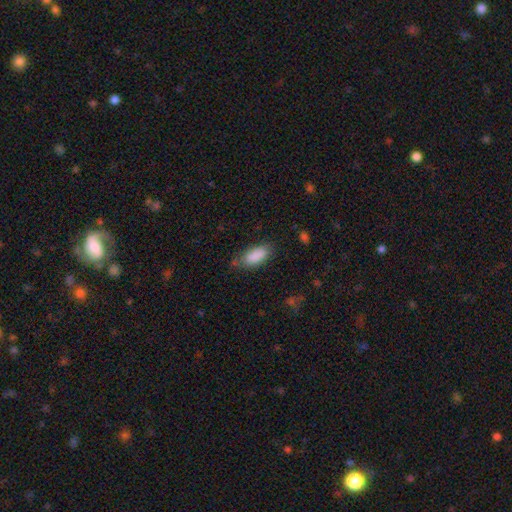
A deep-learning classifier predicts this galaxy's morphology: Smooth or featured? smooth (88%)
How rounded? in between (87%)
Merging? none (69%)